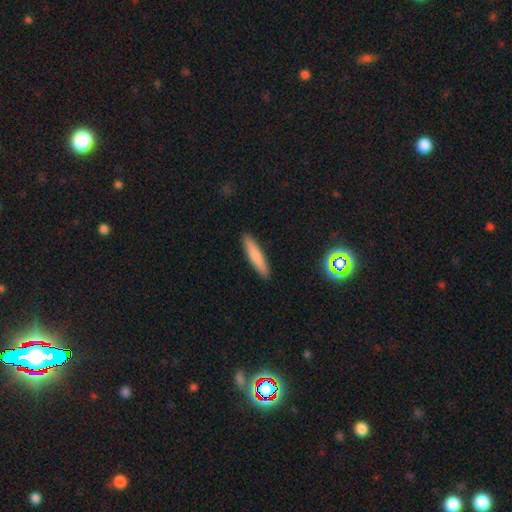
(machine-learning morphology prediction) type=smooth (76%); roundness=cigar-shaped (89%); merging=none (91%).